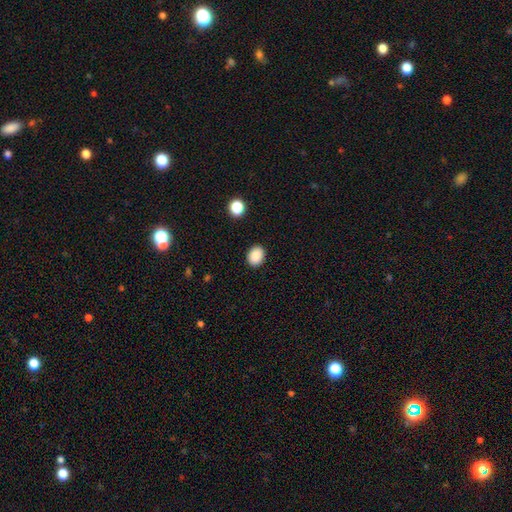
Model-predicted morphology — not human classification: Overall: smooth (88%). How rounded: in between (52%; round 47%). Merging: none (90%).